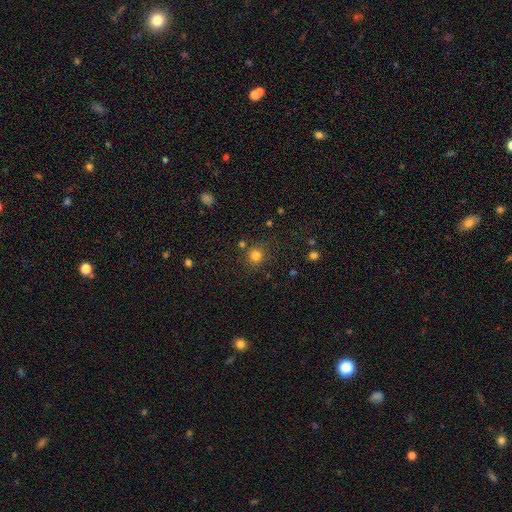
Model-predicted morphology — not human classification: Smooth or featured?
  - smooth: 80% *
  - star or artifact: 15%
  - featured or disk: 5%
How rounded?
  - round: 92% *
  - in between: 7%
  - cigar-shaped: 1%
Merging?
  - none: 81% *
  - minor disturbance: 9%
  - merger: 6%
  - major disturbance: 4%